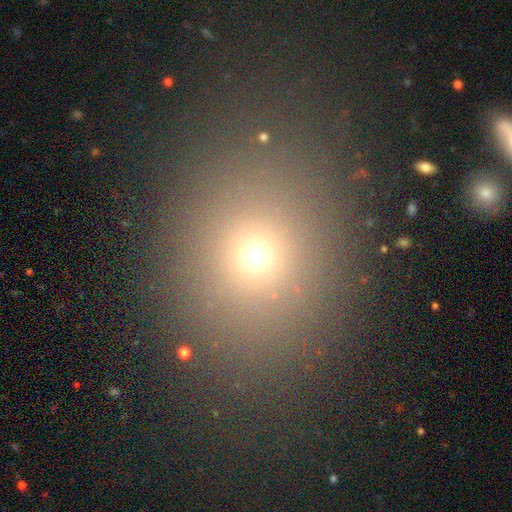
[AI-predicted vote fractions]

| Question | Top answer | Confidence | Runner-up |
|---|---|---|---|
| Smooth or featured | smooth | 67% | star or artifact (24%) |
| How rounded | round | 65% | in between (34%) |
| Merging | none | 82% | minor disturbance (9%) |